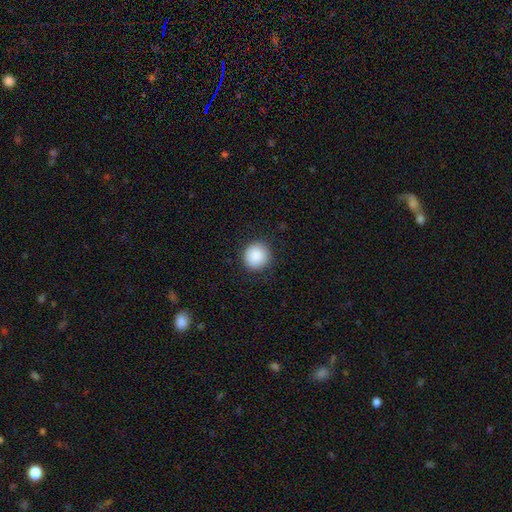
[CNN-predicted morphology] Overall: smooth (89%). How rounded: round (94%). Merging: none (89%).